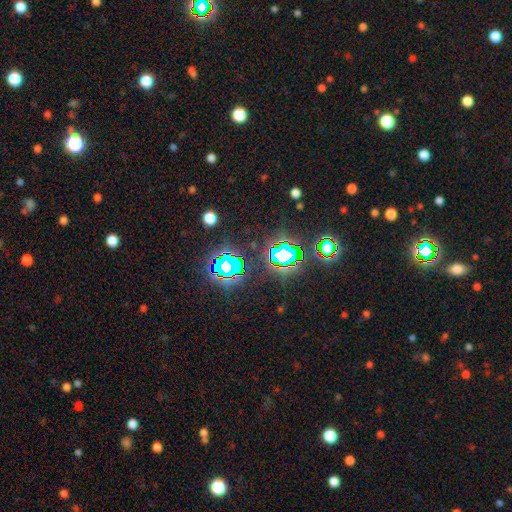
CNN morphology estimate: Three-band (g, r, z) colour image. It shows a star or artifact, not a galaxy (81%).